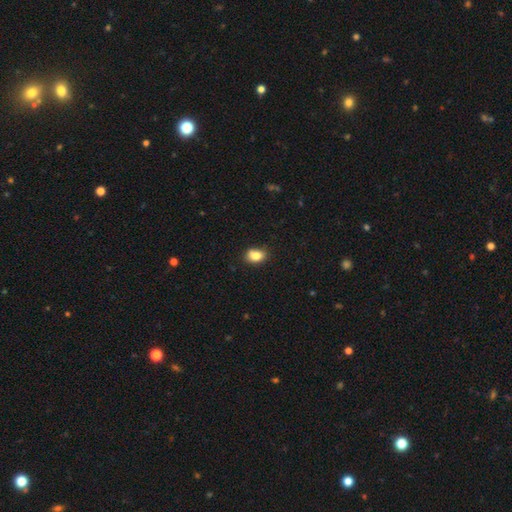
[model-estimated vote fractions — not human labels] Smooth or featured?
  - smooth: 84% *
  - star or artifact: 9%
  - featured or disk: 7%
How rounded?
  - in between: 72% *
  - round: 26%
  - cigar-shaped: 1%
Merging?
  - none: 78% *
  - minor disturbance: 16%
  - major disturbance: 3%
  - merger: 3%